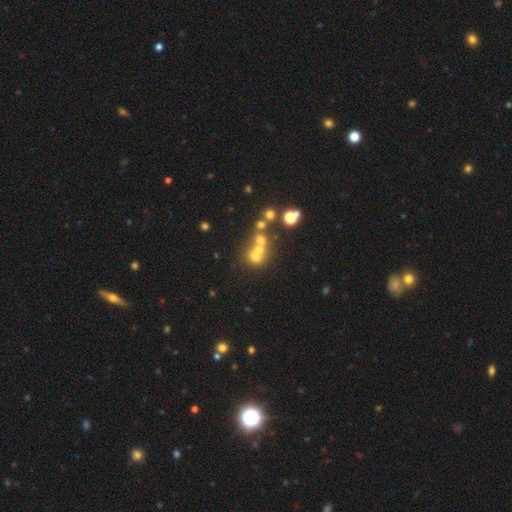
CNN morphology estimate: Smooth or featured: smooth — 53% (featured or disk — 25%)
How rounded: round — 80% (in between — 19%)
Merging: merger — 49% (none — 38%)